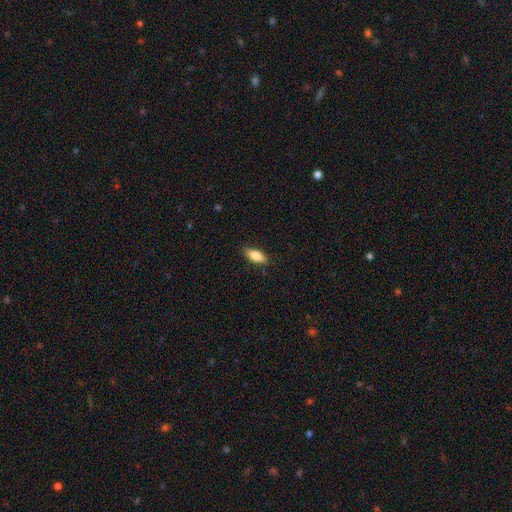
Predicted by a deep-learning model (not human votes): The model was most divided on "how rounded": in between: 81%, cigar-shaped: 17%, round: 2%. More confident: merging — none (86%); smooth or featured — smooth (83%).